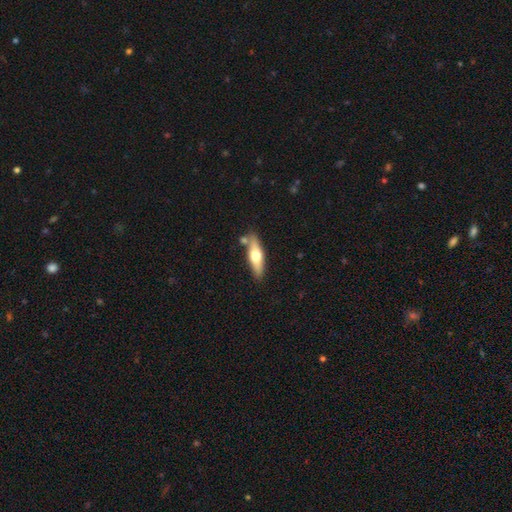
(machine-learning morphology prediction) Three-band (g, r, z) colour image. It shows a smooth galaxy with no disk features (51%) that is cigar-shaped (59%). Merging: none (77%).